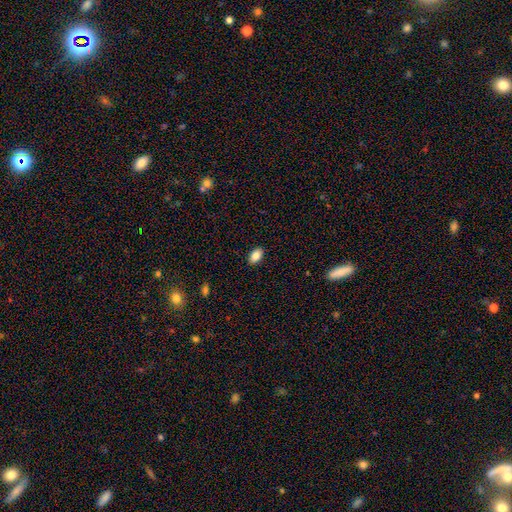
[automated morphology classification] smooth 86%, star or artifact 8%, featured or disk 6%. Down the decision tree: how rounded — in between (91%); merging — none (89%).